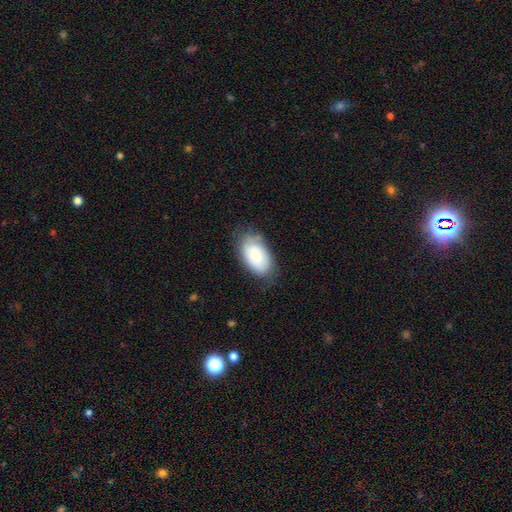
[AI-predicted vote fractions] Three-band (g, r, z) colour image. It shows a smooth galaxy with no disk features (72%) that is in between round and cigar-shaped (94%). Merging: none (66%).